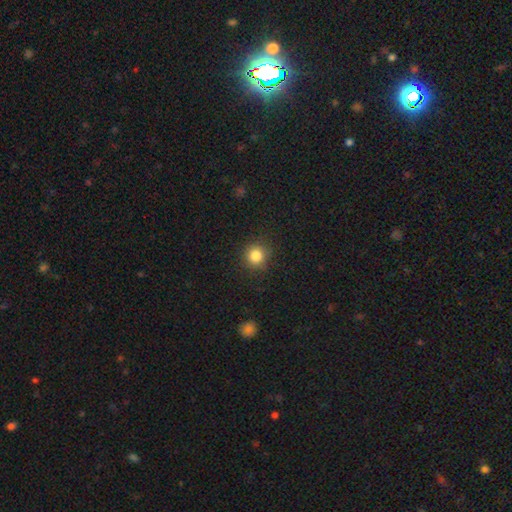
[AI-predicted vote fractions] Smooth or featured: smooth — 83% (star or artifact — 12%)
How rounded: round — 91% (in between — 8%)
Merging: none — 89% (minor disturbance — 7%)